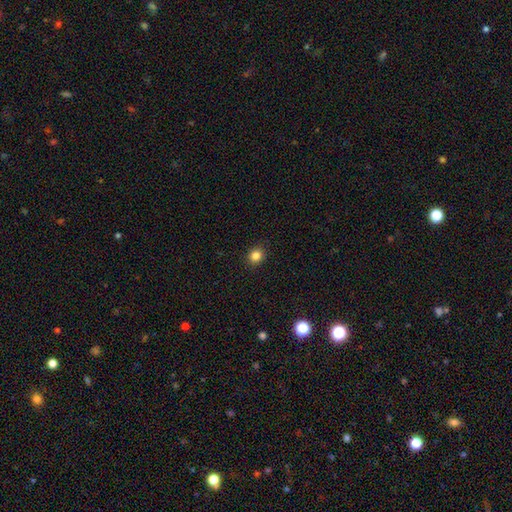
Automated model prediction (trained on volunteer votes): Morphology: type=smooth (84%); roundness=round (78%); merging=none (91%).